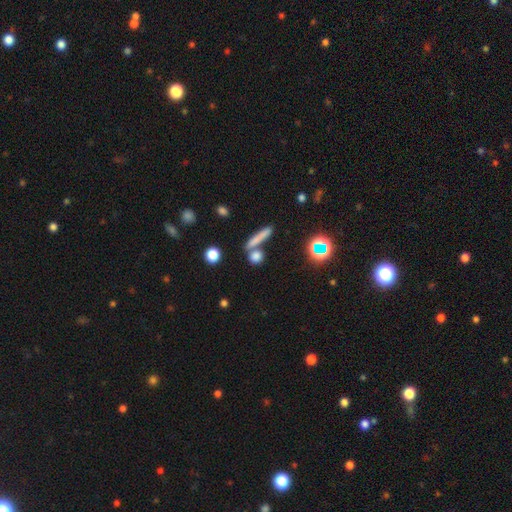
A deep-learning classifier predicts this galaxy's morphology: This appears to be a smooth galaxy with no disk features (75%) that is round (51%). Merging: none (65%).